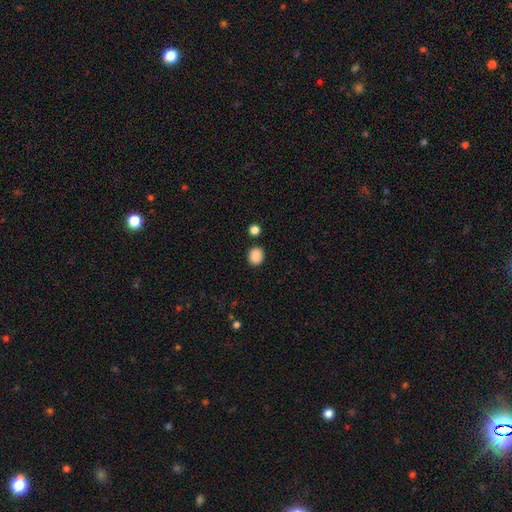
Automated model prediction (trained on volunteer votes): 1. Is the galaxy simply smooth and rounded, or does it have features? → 88% smooth, 9% star or artifact, 3% featured or disk.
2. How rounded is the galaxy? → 75% round, 24% in between, 1% cigar-shaped.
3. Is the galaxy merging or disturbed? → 87% none, 8% minor disturbance, 3% merger, 2% major disturbance.